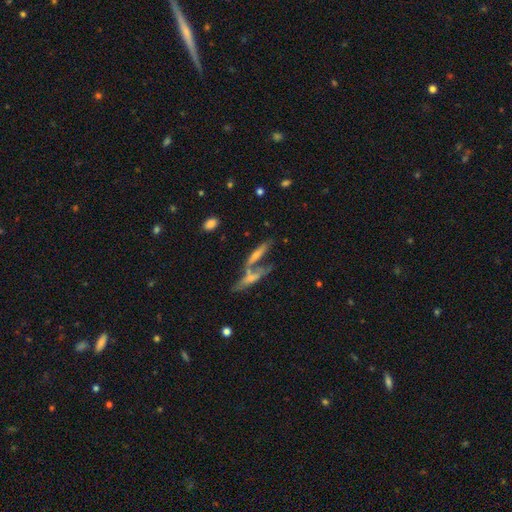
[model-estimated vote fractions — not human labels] Smooth or featured: featured or disk — 50% (smooth — 37%)
Edge-on disk: yes — 67% (no — 33%)
Merging: merger — 47% (none — 36%)